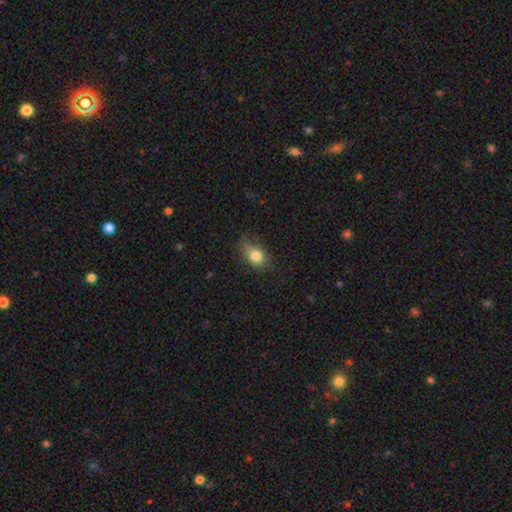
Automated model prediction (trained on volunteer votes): This appears to be a smooth galaxy with no disk features (79%) that is in between round and cigar-shaped (68%). Merging: none (60%).